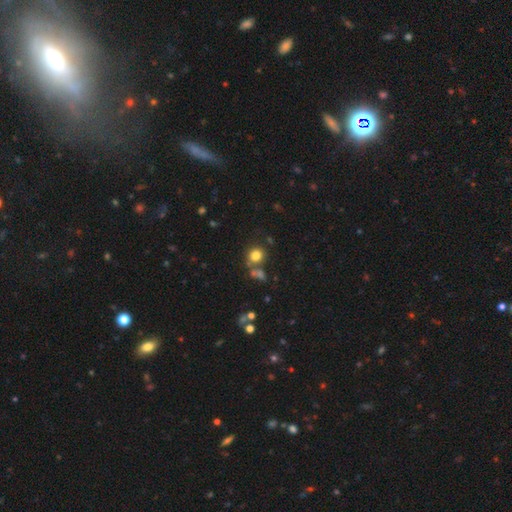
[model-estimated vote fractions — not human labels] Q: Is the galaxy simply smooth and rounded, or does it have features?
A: smooth — 79%.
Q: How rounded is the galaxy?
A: round — 80%.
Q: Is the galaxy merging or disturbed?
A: none — 66%.